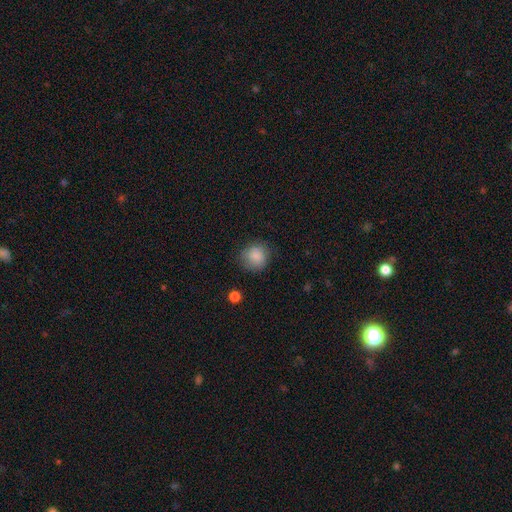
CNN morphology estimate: type=smooth (85%); roundness=round (87%); merging=none (79%).